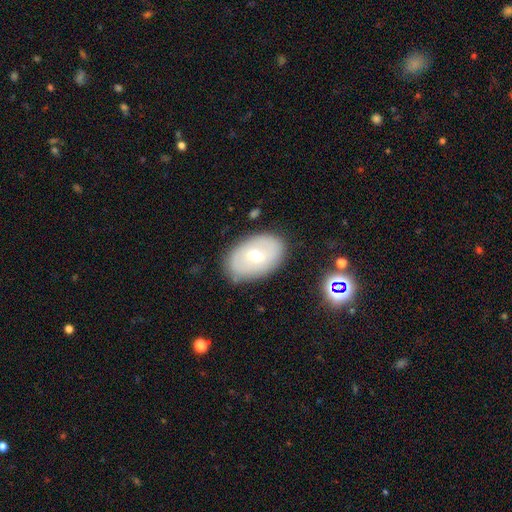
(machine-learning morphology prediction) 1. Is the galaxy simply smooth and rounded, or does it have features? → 52% smooth, 40% featured or disk, 8% star or artifact.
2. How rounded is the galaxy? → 87% in between, 12% round, 1% cigar-shaped.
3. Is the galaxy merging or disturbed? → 82% none, 13% minor disturbance, 3% major disturbance, 2% merger.